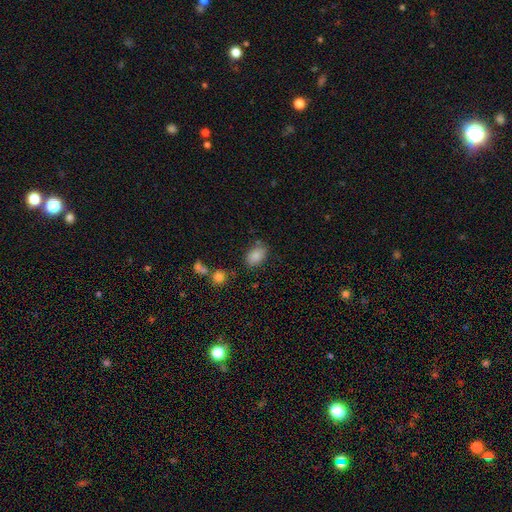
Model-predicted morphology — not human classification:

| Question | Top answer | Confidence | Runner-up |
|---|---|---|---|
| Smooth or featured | smooth | 86% | star or artifact (9%) |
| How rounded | in between | 87% | round (12%) |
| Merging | none | 77% | minor disturbance (15%) |